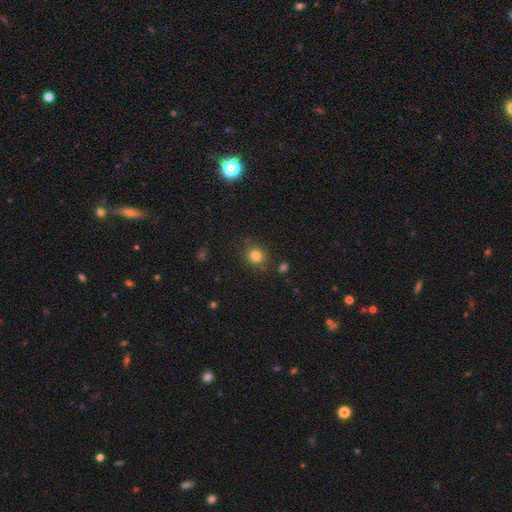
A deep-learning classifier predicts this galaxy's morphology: A smooth galaxy with no disk features (81%) that is round (88%).

Vote fractions:
- Smooth or featured? smooth: 81% / star or artifact: 13% / featured or disk: 6%
- How rounded? round: 88% / in between: 11% / cigar-shaped: 1%
- Merging? none: 83% / minor disturbance: 11% / major disturbance: 3% / merger: 3%